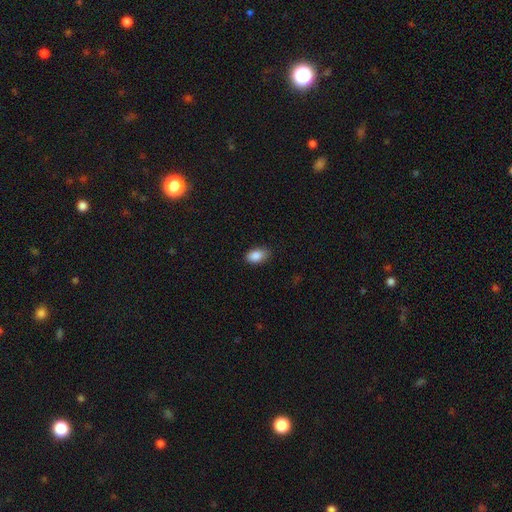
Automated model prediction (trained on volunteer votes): A smooth galaxy with no disk features (88%) that is in between round and cigar-shaped (90%).

Vote fractions:
- Smooth or featured? smooth: 88% / star or artifact: 8% / featured or disk: 5%
- How rounded? in between: 90% / round: 8% / cigar-shaped: 2%
- Merging? none: 79% / minor disturbance: 17% / major disturbance: 3% / merger: 1%